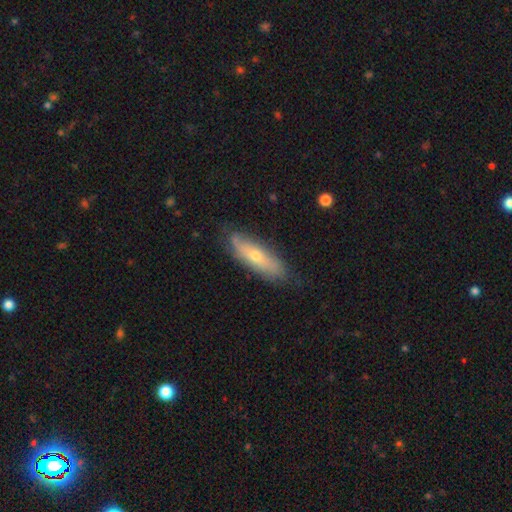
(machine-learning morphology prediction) A featured or disk galaxy (47%).

Vote fractions:
- Smooth or featured? featured or disk: 47% / smooth: 45% / star or artifact: 7%
- Merging? none: 78% / minor disturbance: 18% / major disturbance: 3% / merger: 1%